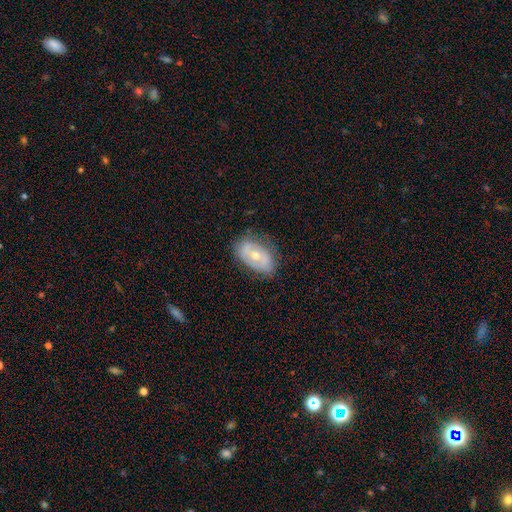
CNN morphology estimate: Smooth or featured: featured or disk — 55% (smooth — 38%)
Edge-on disk: no — 91% (yes — 9%)
Merging: none — 72% (minor disturbance — 20%)